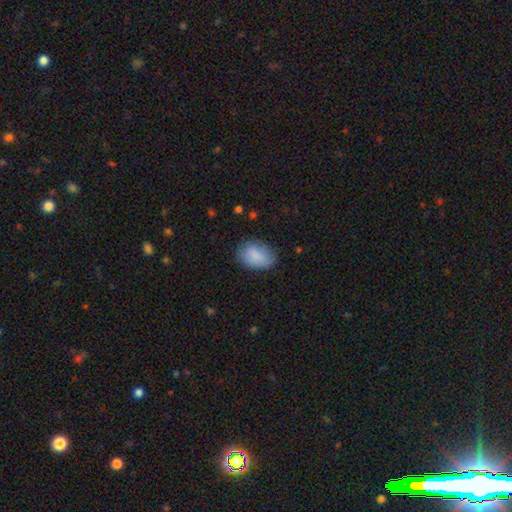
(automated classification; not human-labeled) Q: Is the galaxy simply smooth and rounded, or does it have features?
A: smooth — 87%.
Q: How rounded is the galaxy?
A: in between — 84%.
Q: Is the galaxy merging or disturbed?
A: none — 74%.